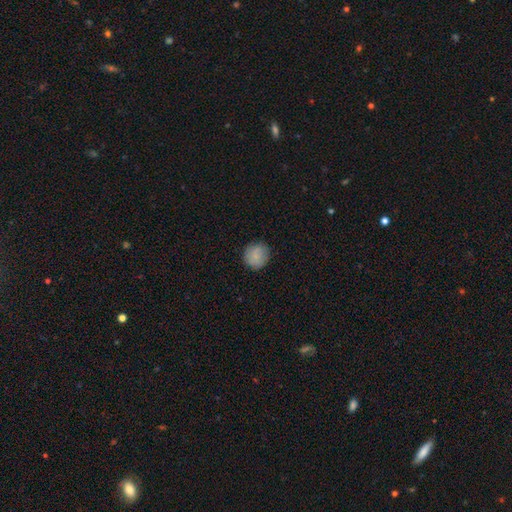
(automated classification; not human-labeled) A smooth galaxy with no disk features (83%) that is round (91%).

Vote fractions:
- Smooth or featured? smooth: 83% / featured or disk: 9% / star or artifact: 8%
- How rounded? round: 91% / in between: 8% / cigar-shaped: 1%
- Merging? none: 86% / minor disturbance: 11% / major disturbance: 3% / merger: 1%